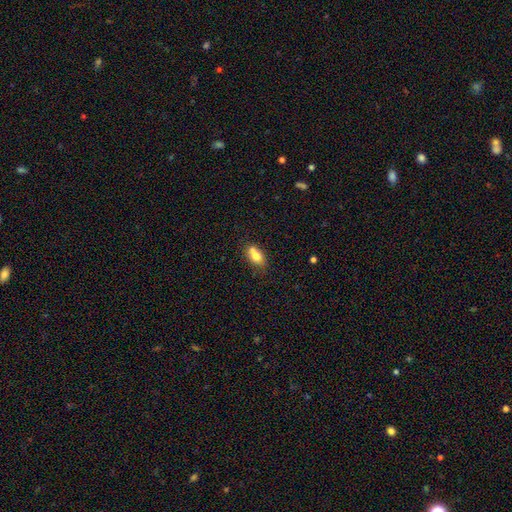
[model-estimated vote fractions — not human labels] This is likely a smooth galaxy (72%). How rounded: likely in between (76%). Merging: marginally merger (41%).